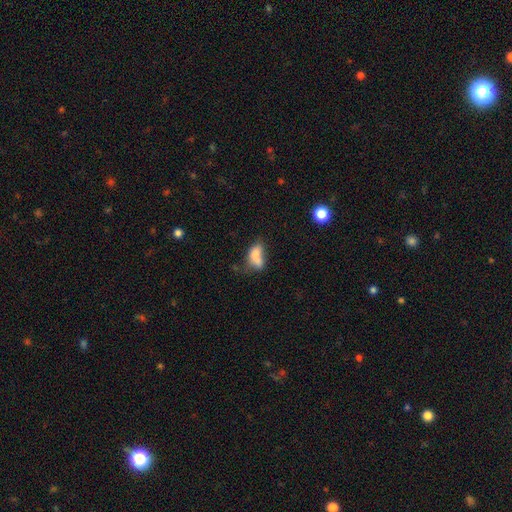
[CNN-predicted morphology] Smooth or featured? smooth (70%)
How rounded? in between (85%)
Merging? merger (35%)